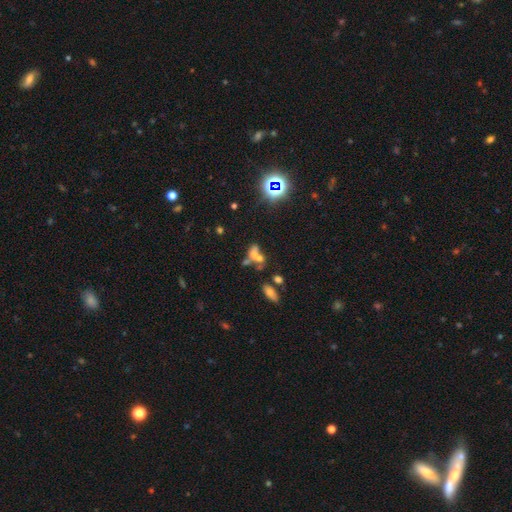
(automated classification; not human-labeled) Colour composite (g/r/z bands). It shows a smooth galaxy with no disk features (50%) that is in between round and cigar-shaped (71%). Merging: merger (52%).